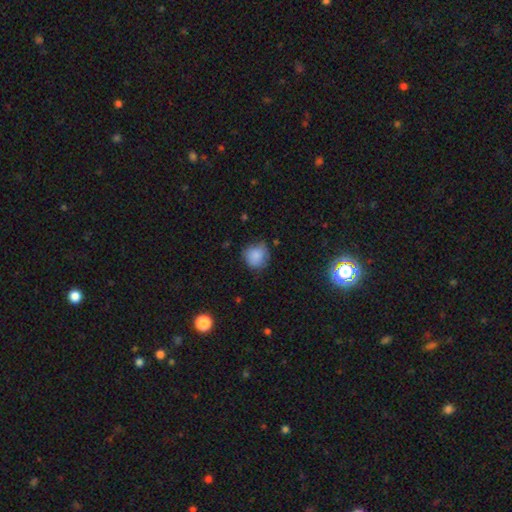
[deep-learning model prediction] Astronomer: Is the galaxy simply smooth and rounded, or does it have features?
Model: smooth — 84%.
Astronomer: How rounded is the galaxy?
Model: round — 85%.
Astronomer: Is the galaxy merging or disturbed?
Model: none — 66%.